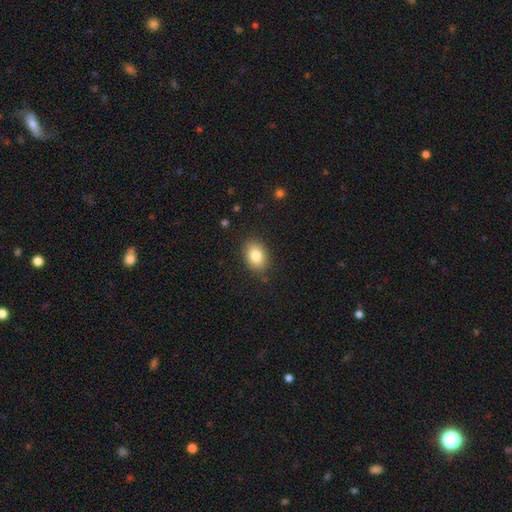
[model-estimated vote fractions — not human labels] Q: Smooth or featured?
A: smooth (83%); runner-up: featured or disk (9%)
Q: How rounded?
A: in between (78%); runner-up: round (21%)
Q: Merging?
A: none (86%); runner-up: minor disturbance (11%)